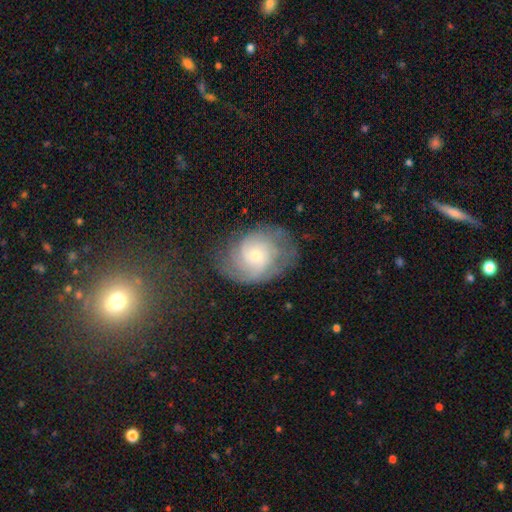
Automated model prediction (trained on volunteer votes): This appears to be a featured or disk galaxy (72%) with no bar (73%), tight (54%) spiral arms (92%) and a small central bulge (60%). Merging: none (61%).